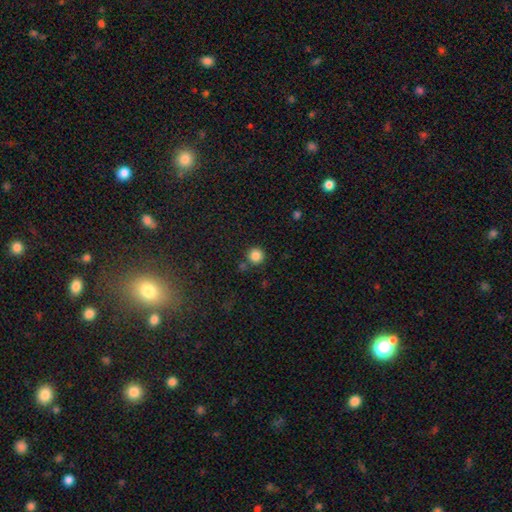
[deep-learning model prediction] Smooth or featured? Predicted: smooth (p=0.85). How rounded? Predicted: round (p=0.95). Merging? Predicted: none (p=0.83).